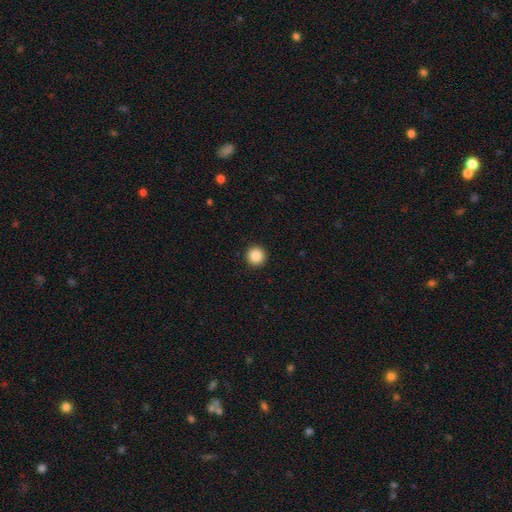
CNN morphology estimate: A smooth galaxy with no disk features (86%) that is round (96%). Merging: none (94%).